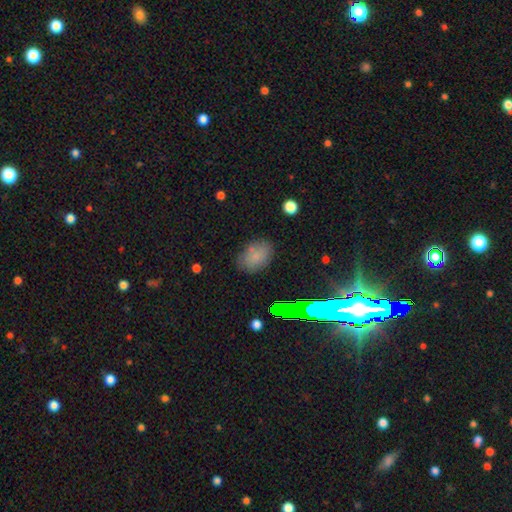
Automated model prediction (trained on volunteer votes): Smooth or featured? Predicted: smooth (p=0.78). How rounded? Predicted: in between (p=0.84). Merging? Predicted: none (p=0.79).